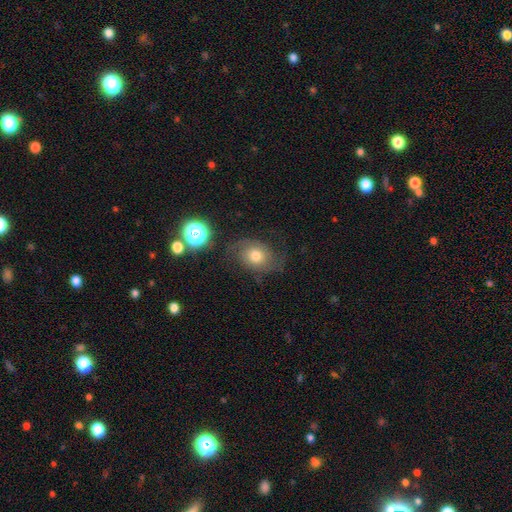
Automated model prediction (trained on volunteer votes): Q: Smooth or featured?
A: smooth (50%); runner-up: featured or disk (36%)
Q: How rounded?
A: round (55%); runner-up: in between (44%)
Q: Merging?
A: none (62%); runner-up: minor disturbance (20%)